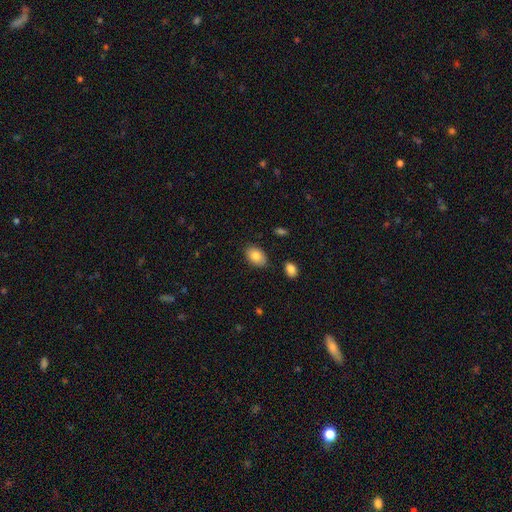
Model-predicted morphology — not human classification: Smooth or featured: smooth — 84% (featured or disk — 9%)
How rounded: in between — 86% (round — 13%)
Merging: none — 83% (minor disturbance — 12%)